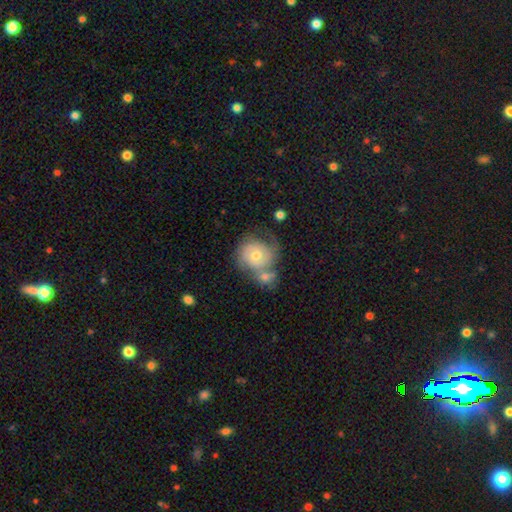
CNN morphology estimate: smooth_or_featured: featured or disk (p=0.53) [alt: smooth p=0.41]
disk_edge_on: no (p=0.97) [alt: yes p=0.03]
bar: no (p=0.80) [alt: weak p=0.17]
has_spiral_arms: yes (p=0.73) [alt: no p=0.27]
bulge_size: moderate (p=0.68) [alt: small p=0.24]
merging: merger (p=0.42) [alt: none p=0.31]